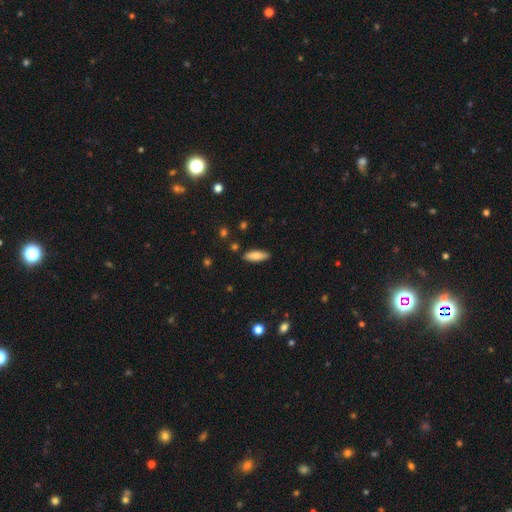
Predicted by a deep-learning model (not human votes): Morphology: type=smooth (80%); roundness=in between (53%); merging=none (87%).